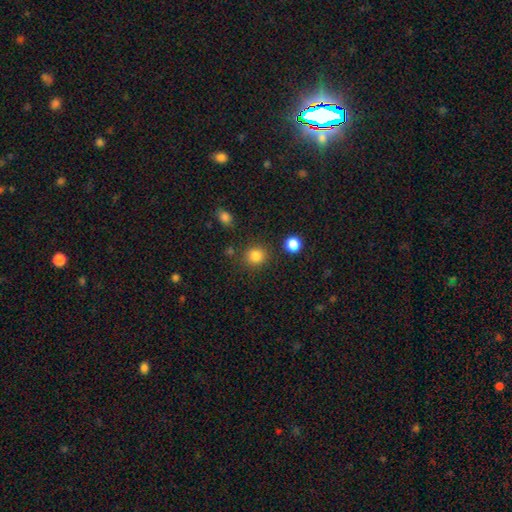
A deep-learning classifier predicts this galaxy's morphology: Q: Smooth or featured?
A: smooth (84%); runner-up: star or artifact (12%)
Q: How rounded?
A: round (89%); runner-up: in between (10%)
Q: Merging?
A: none (85%); runner-up: minor disturbance (8%)